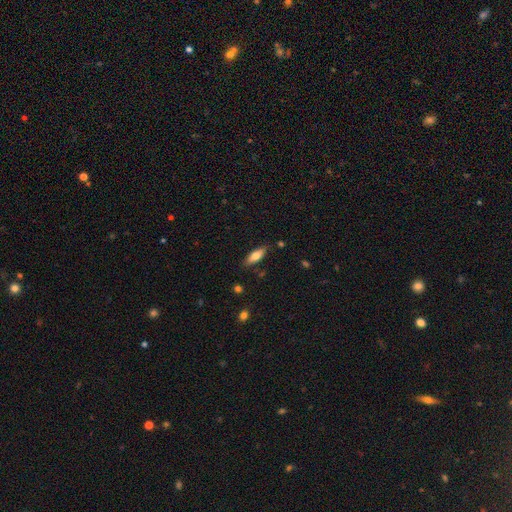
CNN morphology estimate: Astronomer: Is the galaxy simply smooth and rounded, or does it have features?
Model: smooth — 69%.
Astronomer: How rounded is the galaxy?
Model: in between — 58% (runner-up: cigar-shaped, 40%).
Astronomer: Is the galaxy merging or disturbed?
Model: none — 82%.